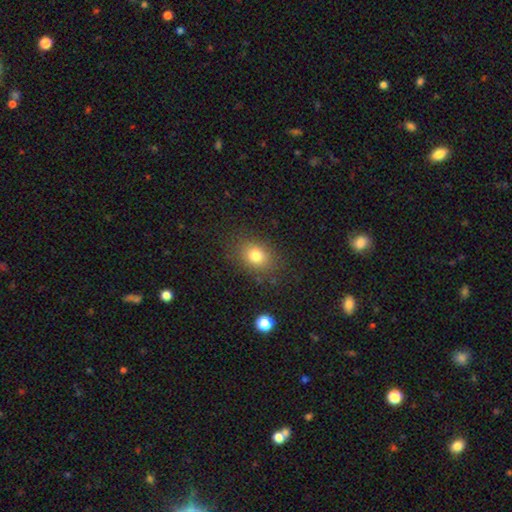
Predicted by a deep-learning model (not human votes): smooth 79%, star or artifact 12%, featured or disk 9%. Down the decision tree: how rounded — in between (62%); merging — none (82%).